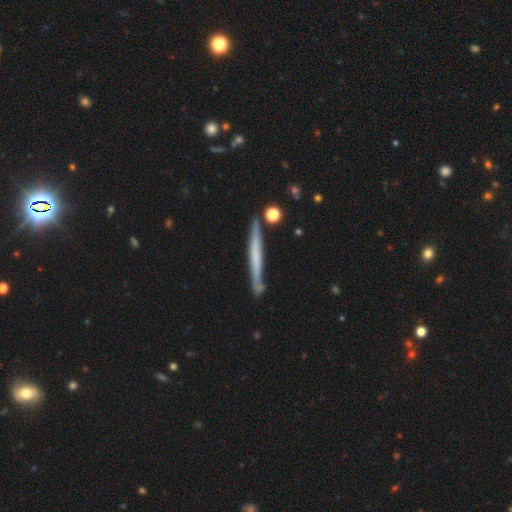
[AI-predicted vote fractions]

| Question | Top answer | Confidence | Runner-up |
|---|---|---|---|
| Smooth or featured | featured or disk | 51% | smooth (43%) |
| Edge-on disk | yes | 96% | no (4%) |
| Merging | none | 84% | minor disturbance (11%) |